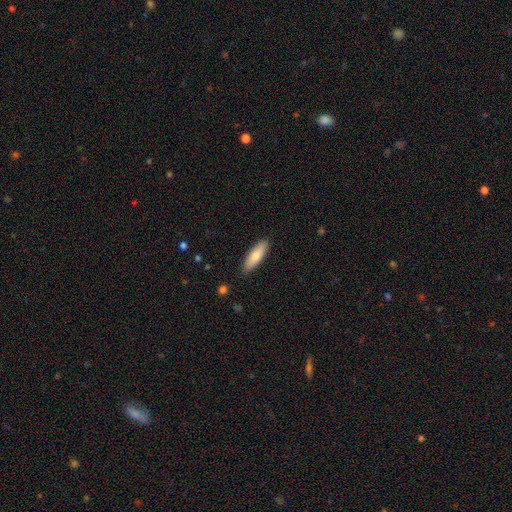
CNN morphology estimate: A smooth galaxy with no disk features (77%) that is cigar-shaped (51%). Merging: none (87%).